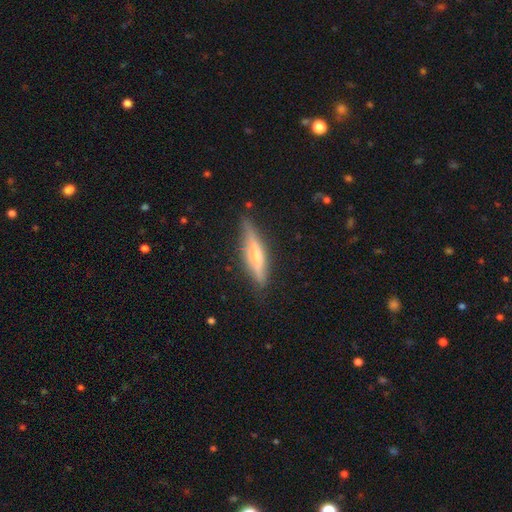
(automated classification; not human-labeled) This is likely a featured or disk galaxy (64%). It is clearly viewed edge-on (93%). Edge-on bulge: clearly rounded (84%). Merging: clearly none (81%).